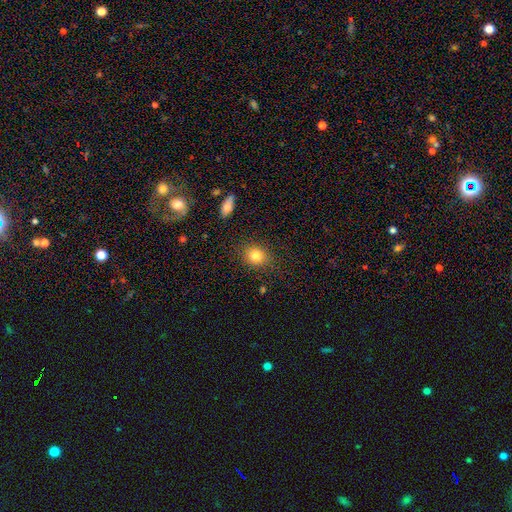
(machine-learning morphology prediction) The model was most divided on "how rounded": round: 66%, in between: 33%, cigar-shaped: 1%. More confident: merging — none (84%); smooth or featured — smooth (82%).